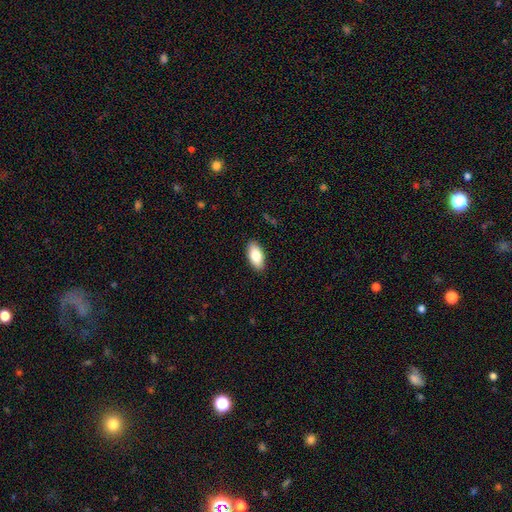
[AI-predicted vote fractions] Overall: smooth (85%). How rounded: in between (93%). Merging: none (89%).